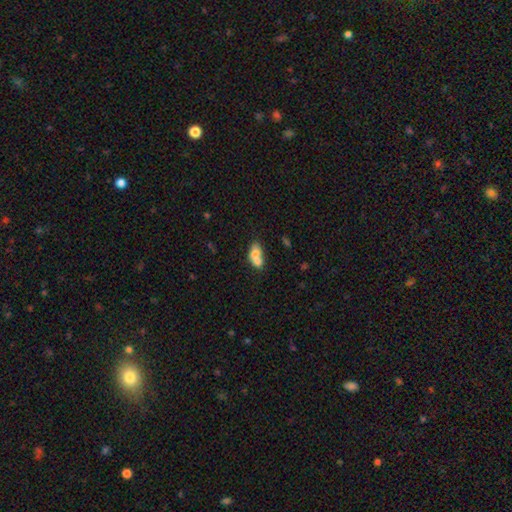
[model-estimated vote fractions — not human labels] Smooth or featured? smooth (67%)
How rounded? in between (71%)
Merging? merger (68%)